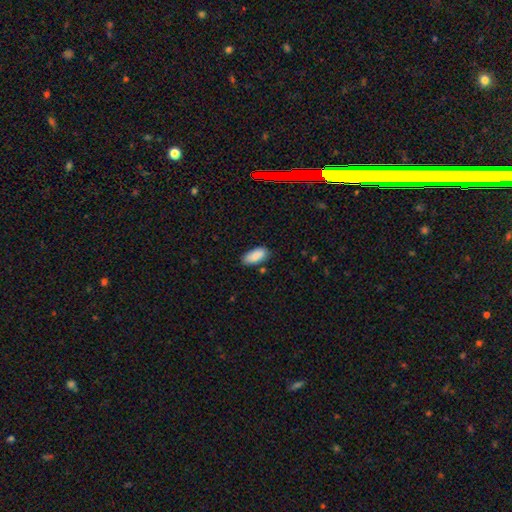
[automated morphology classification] Overall: smooth (87%). How rounded: in between (90%). Merging: none (79%).